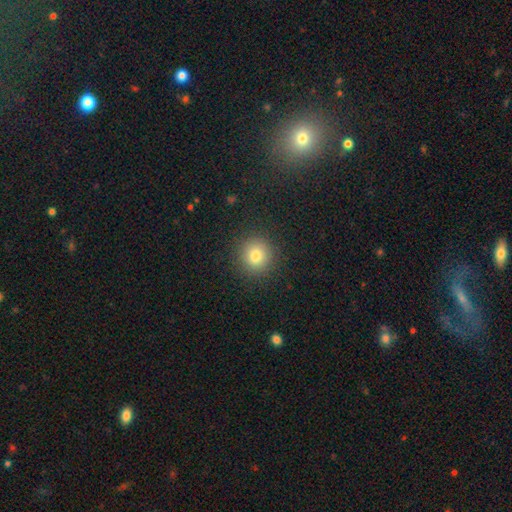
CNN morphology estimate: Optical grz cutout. It shows a smooth galaxy with no disk features (80%) that is round (91%). Merging: none (90%).